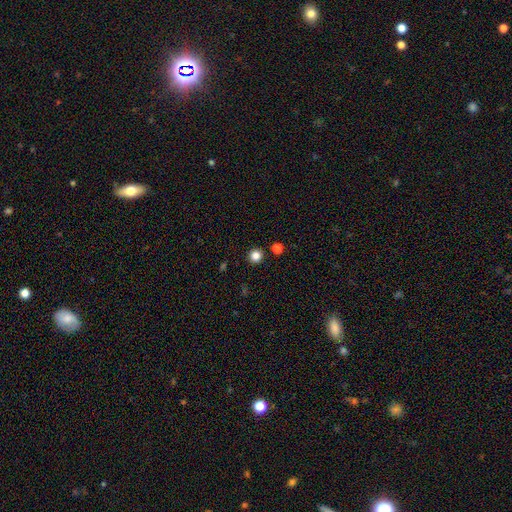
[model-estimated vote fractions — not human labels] Smooth or featured? smooth (83%)
How rounded? round (94%)
Merging? none (91%)